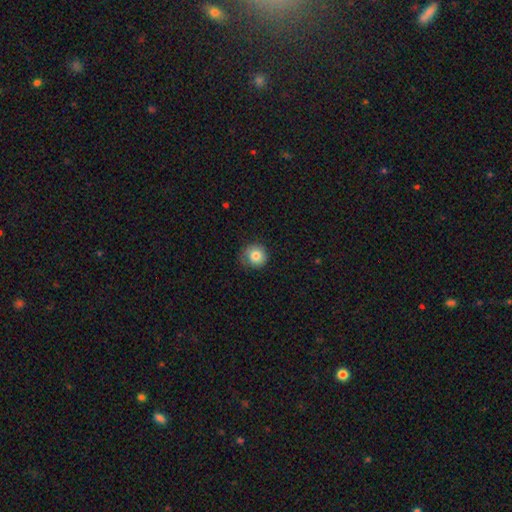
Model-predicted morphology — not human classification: Smooth or featured?
  - smooth: 82% *
  - featured or disk: 9%
  - star or artifact: 9%
How rounded?
  - round: 91% *
  - in between: 8%
  - cigar-shaped: 1%
Merging?
  - none: 72% *
  - minor disturbance: 21%
  - major disturbance: 6%
  - merger: 1%